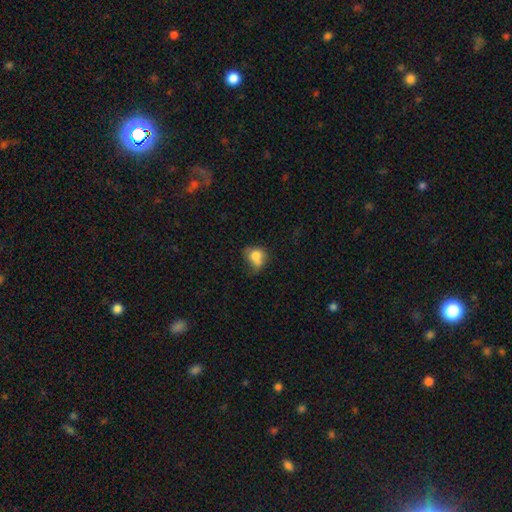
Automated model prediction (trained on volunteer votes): A smooth galaxy with no disk features (76%) that is round (62%).

Vote fractions:
- Smooth or featured? smooth: 76% / featured or disk: 15% / star or artifact: 10%
- How rounded? round: 62% / in between: 37% / cigar-shaped: 1%
- Merging? none: 34% / minor disturbance: 31% / major disturbance: 19% / merger: 16%